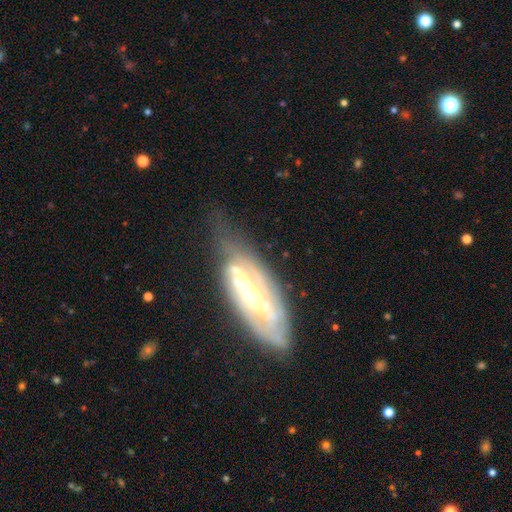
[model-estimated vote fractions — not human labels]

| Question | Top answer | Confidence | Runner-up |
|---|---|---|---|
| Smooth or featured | featured or disk | 80% | smooth (13%) |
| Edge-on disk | no | 78% | yes (22%) |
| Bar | strong | 45% | weak (33%) |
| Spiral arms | yes | 82% | no (18%) |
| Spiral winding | tight | 55% | medium (32%) |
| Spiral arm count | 2 | 44% | can't tell (40%) |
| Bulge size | moderate | 47% | small (45%) |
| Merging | none | 62% | minor disturbance (26%) |